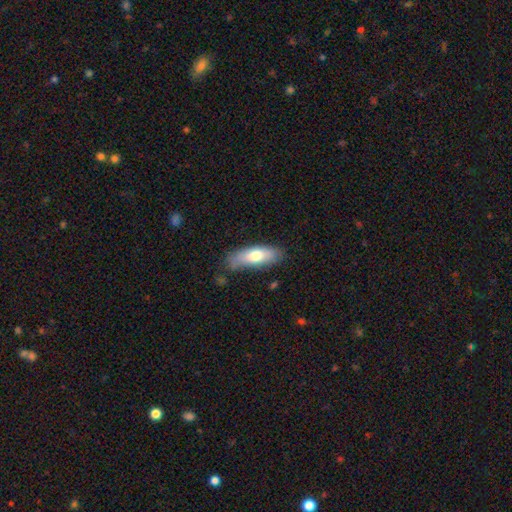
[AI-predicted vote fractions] Overall: smooth (71%). How rounded: in between (64%; cigar-shaped 33%). Merging: none (71%).